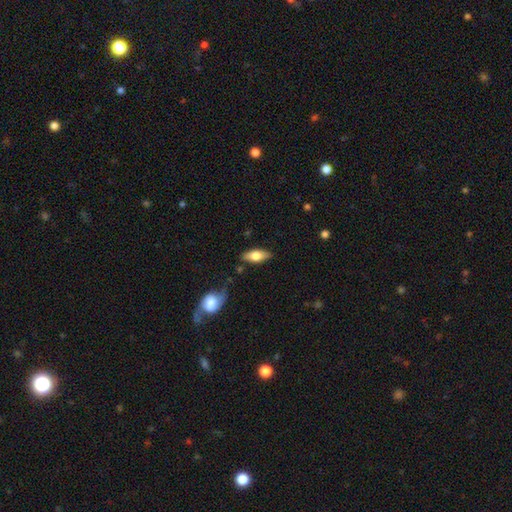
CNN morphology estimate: type=smooth (62%); roundness=in between (78%); merging=none (80%).